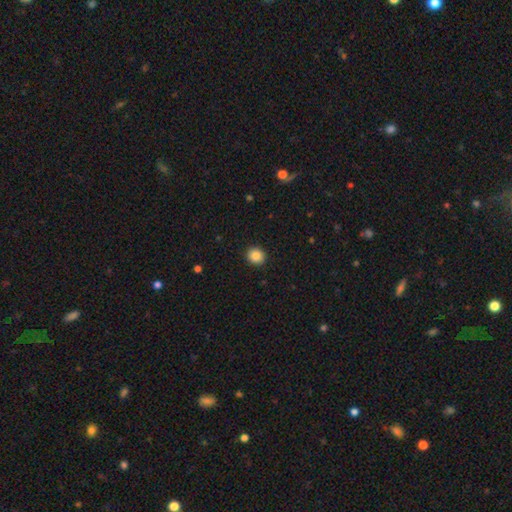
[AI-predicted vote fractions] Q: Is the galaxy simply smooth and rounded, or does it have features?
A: smooth — 86%.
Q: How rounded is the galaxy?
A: round — 81%.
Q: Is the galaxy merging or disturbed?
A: none — 92%.